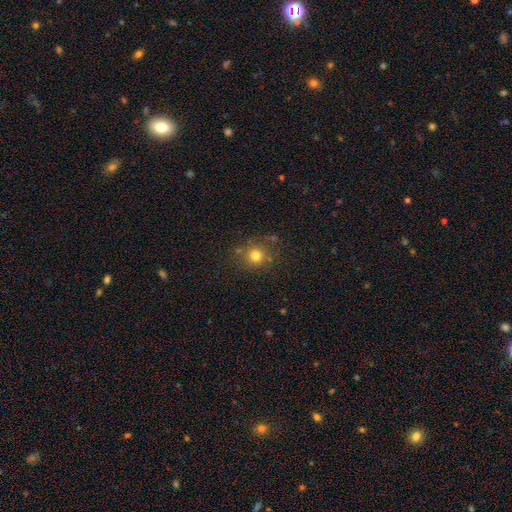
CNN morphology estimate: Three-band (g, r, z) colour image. It shows a smooth galaxy with no disk features (77%) that is round (88%). Merging: none (80%).